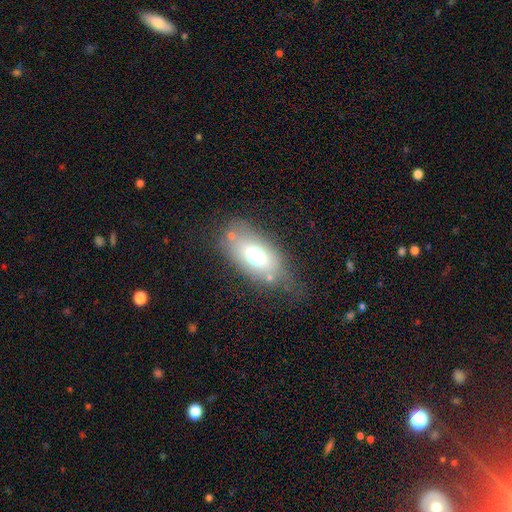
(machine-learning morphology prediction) This appears to be a smooth galaxy with no disk features (65%) that is in between round and cigar-shaped (85%). Merging: none (62%).